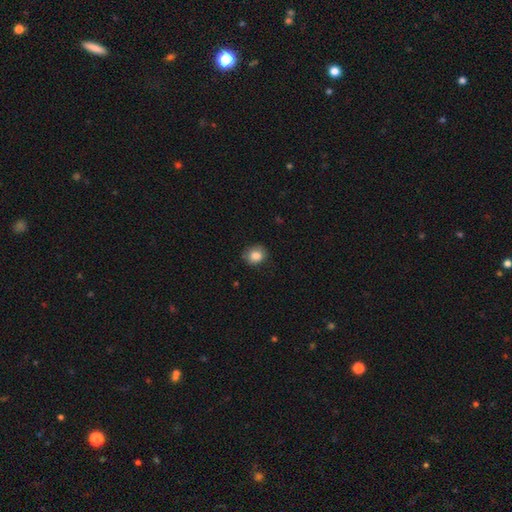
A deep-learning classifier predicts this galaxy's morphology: Q: Smooth or featured?
A: smooth (85%); runner-up: star or artifact (9%)
Q: How rounded?
A: round (71%); runner-up: in between (28%)
Q: Merging?
A: none (79%); runner-up: minor disturbance (17%)